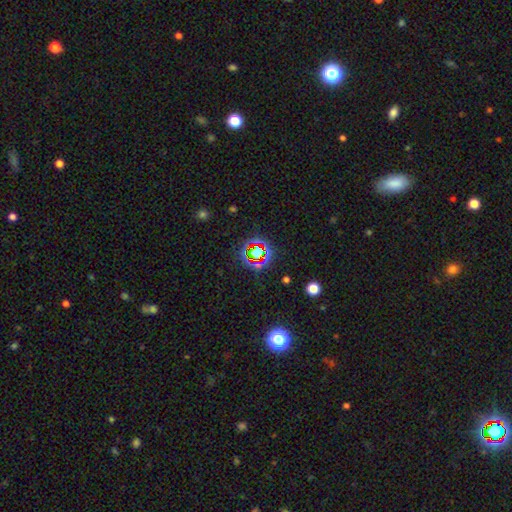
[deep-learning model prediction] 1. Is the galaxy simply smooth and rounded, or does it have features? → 69% star or artifact, 20% smooth, 11% featured or disk.